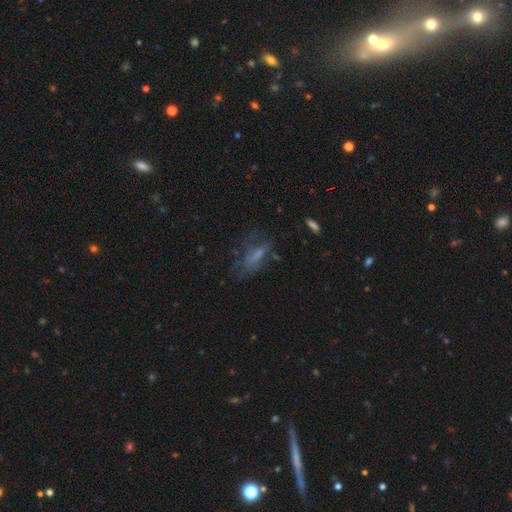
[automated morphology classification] type=smooth (44%); merging=none (45%).